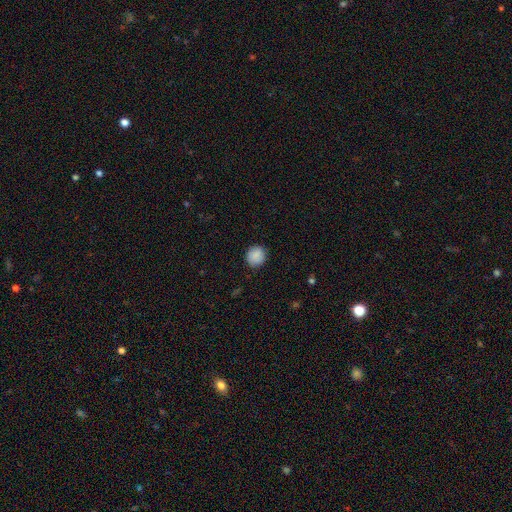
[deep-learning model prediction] Smooth or featured: smooth — 88% (star or artifact — 8%)
How rounded: round — 83% (in between — 16%)
Merging: none — 87% (minor disturbance — 10%)